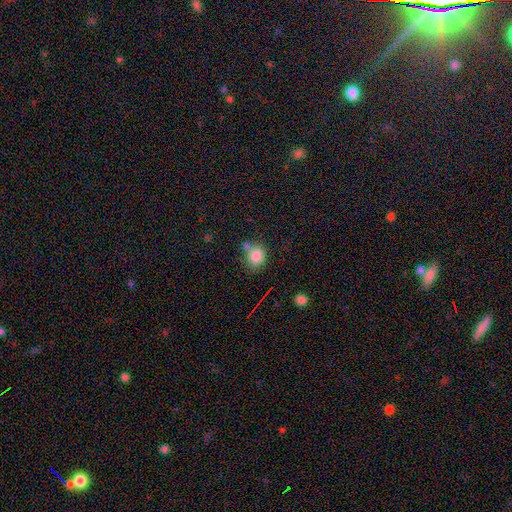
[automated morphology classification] smooth 83%, star or artifact 10%, featured or disk 7%. Down the decision tree: how rounded — round (72%); merging — none (59%).